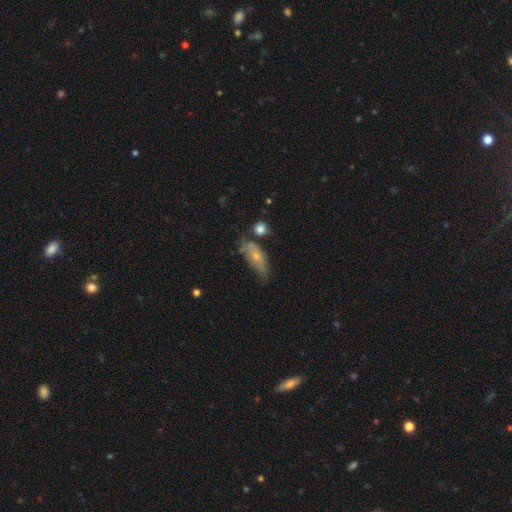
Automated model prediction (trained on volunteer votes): smooth-or-featured: smooth: 58% | featured or disk: 33% | star or artifact: 8%
  how-rounded: in between: 77% | cigar-shaped: 19% | round: 4%
  merging: none: 39% | minor disturbance: 36% | major disturbance: 16% | merger: 10%